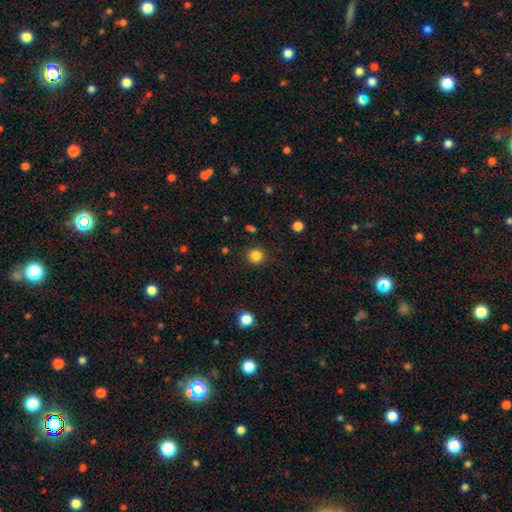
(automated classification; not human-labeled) This is clearly a smooth galaxy (84%). How rounded: clearly round (92%). Merging: clearly none (89%).